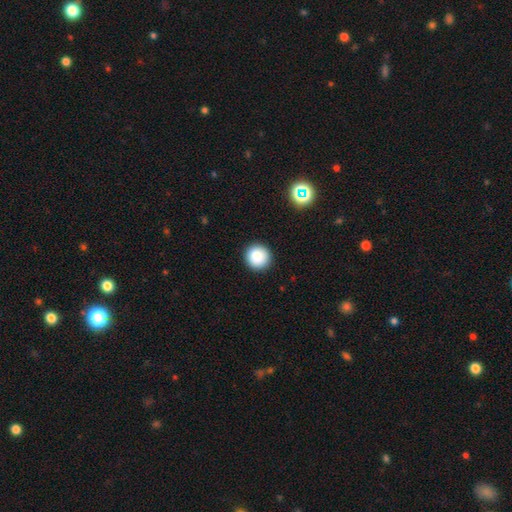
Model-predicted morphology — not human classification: Smooth or featured: smooth — 85% (star or artifact — 10%)
How rounded: round — 95% (in between — 4%)
Merging: none — 92% (minor disturbance — 5%)